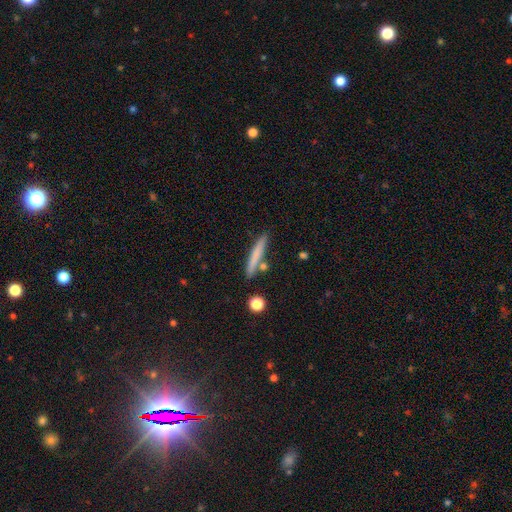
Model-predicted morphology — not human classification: This appears to be a smooth galaxy with no disk features (71%) that is cigar-shaped (94%). Merging: none (80%).